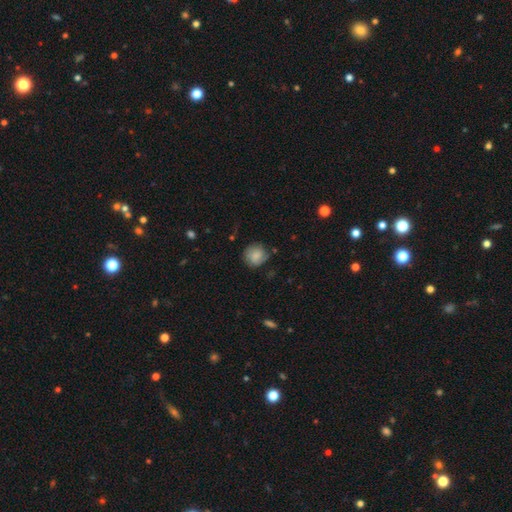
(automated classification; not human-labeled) Q: Smooth or featured?
A: smooth (78%); runner-up: featured or disk (14%)
Q: How rounded?
A: round (86%); runner-up: in between (13%)
Q: Merging?
A: none (73%); runner-up: minor disturbance (20%)